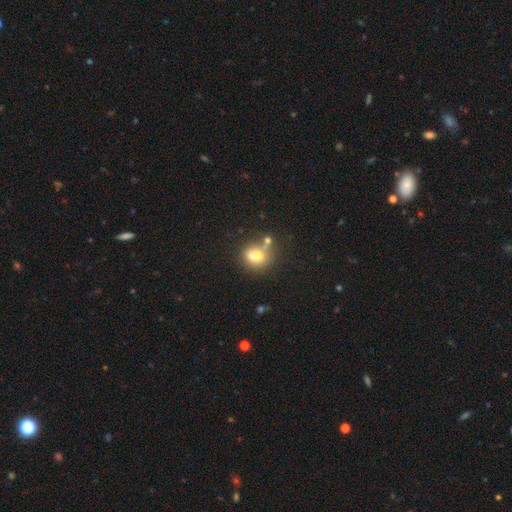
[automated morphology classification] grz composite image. It shows a smooth galaxy with no disk features (67%) that is round (62%). Merging: merger (41%).